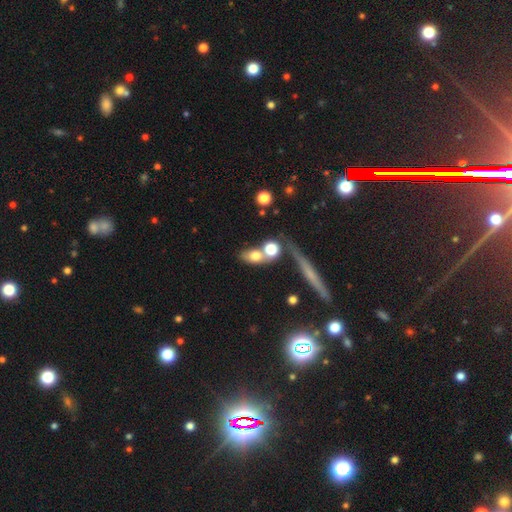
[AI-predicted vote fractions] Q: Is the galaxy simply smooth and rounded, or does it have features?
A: smooth — 68%.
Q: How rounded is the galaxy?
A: in between — 58%.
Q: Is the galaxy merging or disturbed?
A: merger — 42%.